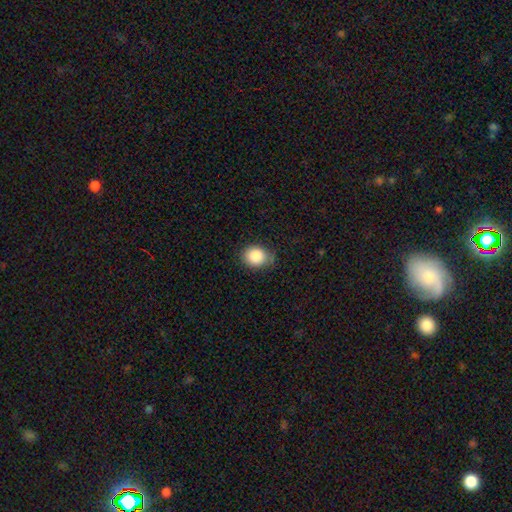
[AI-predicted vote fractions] A smooth galaxy with no disk features (87%) that is round (63%). Merging: none (75%).